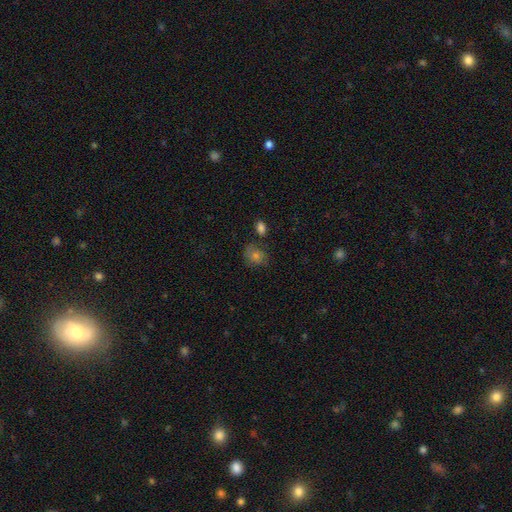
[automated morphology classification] smooth-or-featured: smooth: 66% | star or artifact: 18% | featured or disk: 16%
  how-rounded: round: 67% | in between: 32% | cigar-shaped: 1%
  merging: none: 67% | minor disturbance: 18% | merger: 8% | major disturbance: 7%